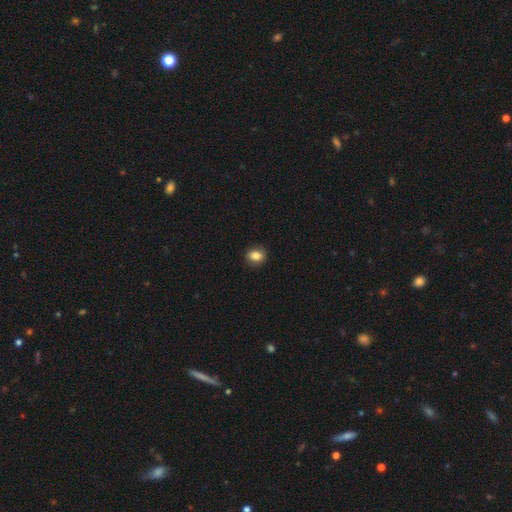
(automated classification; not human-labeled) This appears to be a smooth galaxy with no disk features (83%) that is round (53%). Merging: none (88%).